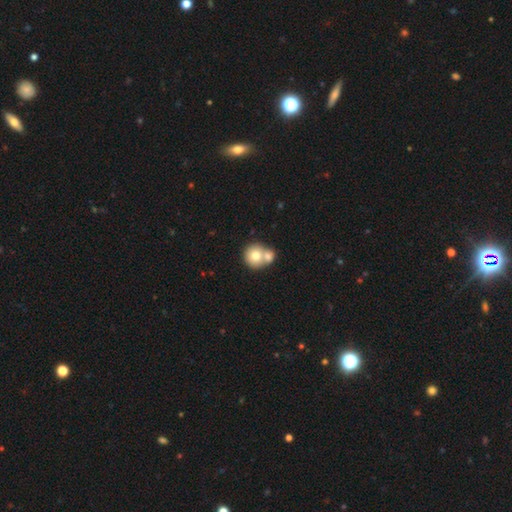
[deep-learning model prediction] Morphology: type=smooth (73%); roundness=round (87%); merging=merger (56%).